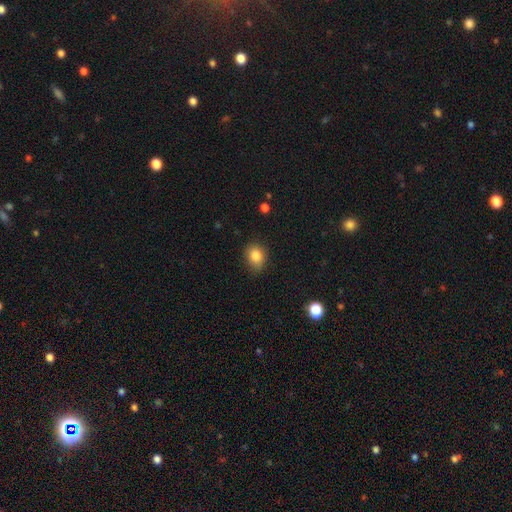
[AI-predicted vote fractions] A smooth galaxy with no disk features (84%) that is round (57%).

Vote fractions:
- Smooth or featured? smooth: 84% / star or artifact: 10% / featured or disk: 6%
- How rounded? round: 57% / in between: 42% / cigar-shaped: 1%
- Merging? none: 76% / minor disturbance: 20% / major disturbance: 3% / merger: 1%